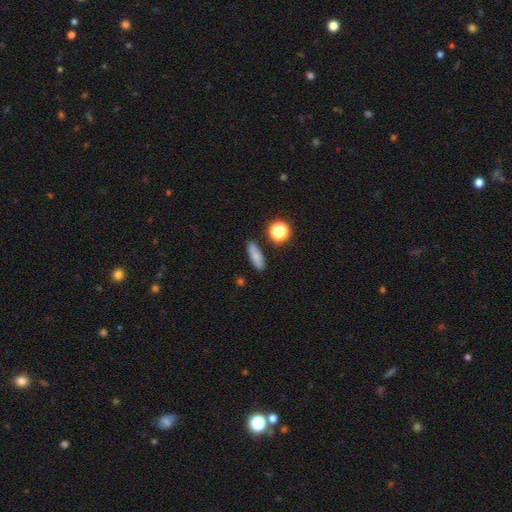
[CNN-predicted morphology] A smooth galaxy with no disk features (75%) that is in between round and cigar-shaped (56%).

Vote fractions:
- Smooth or featured? smooth: 75% / featured or disk: 14% / star or artifact: 12%
- How rounded? in between: 56% / cigar-shaped: 34% / round: 10%
- Merging? none: 79% / minor disturbance: 13% / merger: 5% / major disturbance: 3%